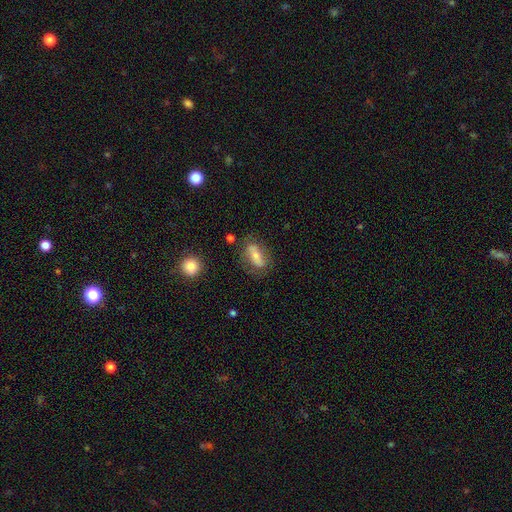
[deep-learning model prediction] Q: Smooth or featured?
A: smooth (52%); runner-up: featured or disk (40%)
Q: How rounded?
A: in between (72%); runner-up: cigar-shaped (22%)
Q: Merging?
A: none (69%); runner-up: minor disturbance (19%)